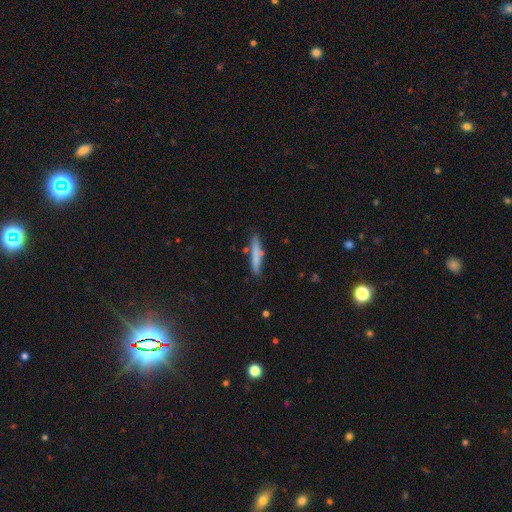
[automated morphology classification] smooth_or_featured: smooth (p=0.71) [alt: featured or disk p=0.22]
how_rounded: cigar-shaped (p=0.93) [alt: in between p=0.06]
merging: none (p=0.82) [alt: minor disturbance p=0.12]